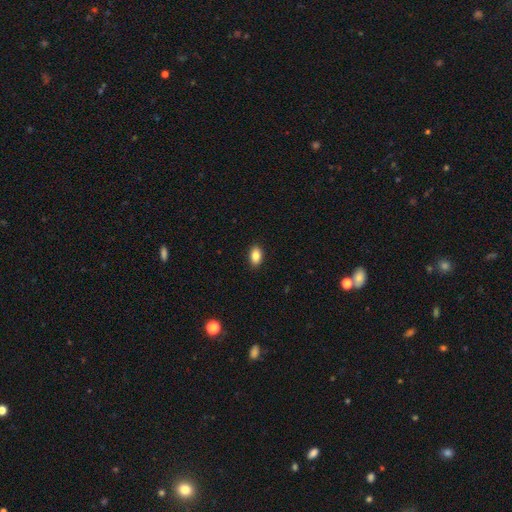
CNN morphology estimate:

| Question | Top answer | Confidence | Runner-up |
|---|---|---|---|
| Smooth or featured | smooth | 85% | star or artifact (8%) |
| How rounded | in between | 89% | round (9%) |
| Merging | none | 90% | minor disturbance (7%) |